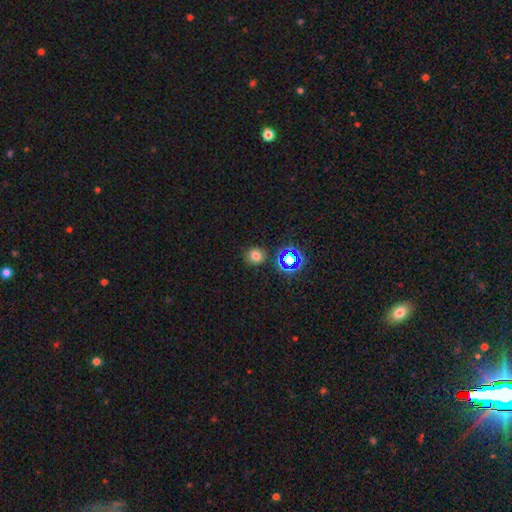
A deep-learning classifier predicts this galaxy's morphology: Smooth or featured?
  - smooth: 70% *
  - star or artifact: 23%
  - featured or disk: 7%
How rounded?
  - round: 79% *
  - in between: 20%
  - cigar-shaped: 1%
Merging?
  - none: 83% *
  - minor disturbance: 10%
  - merger: 4%
  - major disturbance: 3%